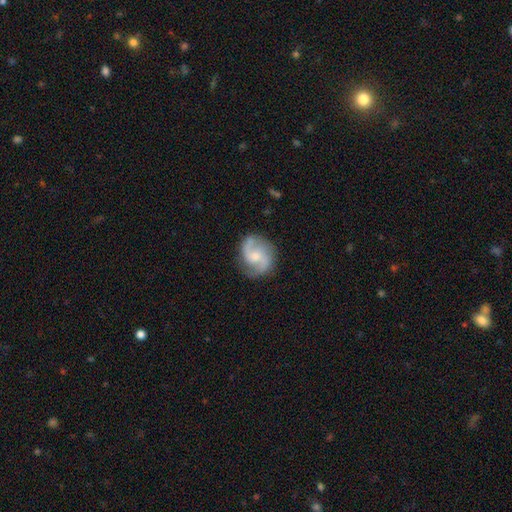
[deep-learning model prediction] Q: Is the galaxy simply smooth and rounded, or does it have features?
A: featured or disk — 82%.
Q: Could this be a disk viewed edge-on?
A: no — 98%.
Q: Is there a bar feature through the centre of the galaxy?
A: no — 52%.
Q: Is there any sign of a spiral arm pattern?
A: yes — 96%.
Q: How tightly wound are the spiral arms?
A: medium — 51%.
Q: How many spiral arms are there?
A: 2 — 89%.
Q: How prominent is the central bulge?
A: small — 46%.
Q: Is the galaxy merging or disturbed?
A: none — 80%.